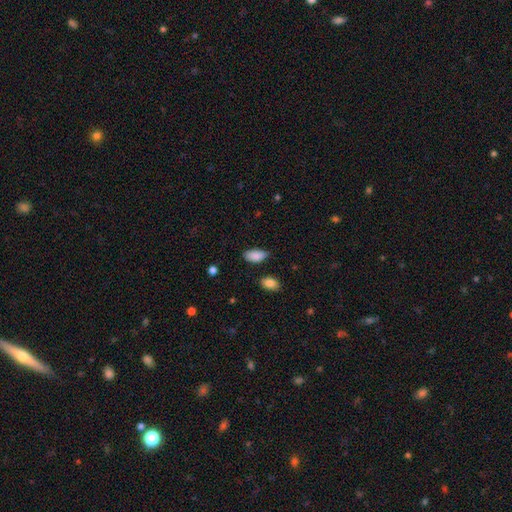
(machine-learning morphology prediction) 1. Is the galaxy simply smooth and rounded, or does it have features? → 88% smooth, 7% star or artifact, 5% featured or disk.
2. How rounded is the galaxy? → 93% in between, 4% cigar-shaped, 3% round.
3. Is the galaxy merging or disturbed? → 73% none, 21% minor disturbance, 4% major disturbance, 2% merger.